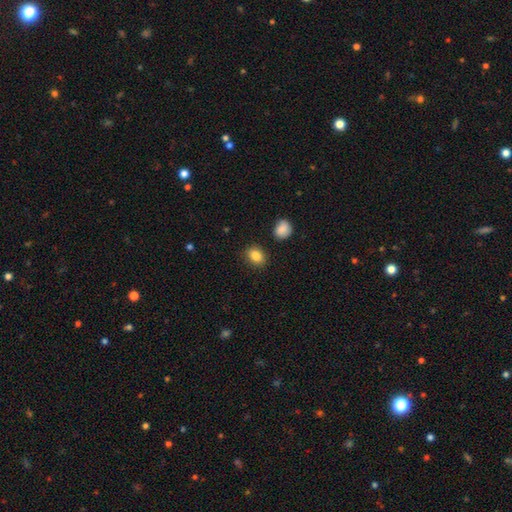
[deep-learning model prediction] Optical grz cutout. It shows a smooth galaxy with no disk features (86%) that is in between round and cigar-shaped (57%). Merging: none (87%).